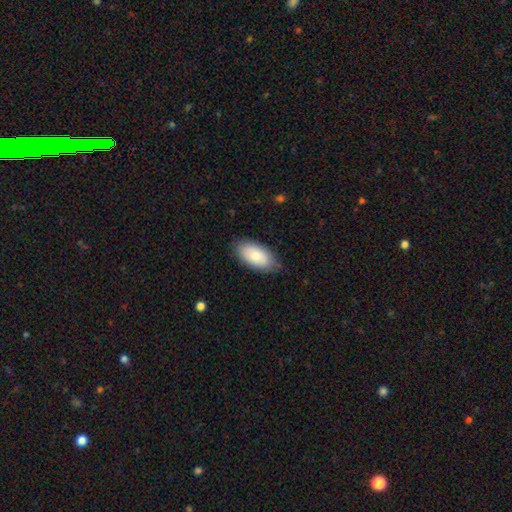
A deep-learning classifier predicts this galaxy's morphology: Q: Smooth or featured?
A: smooth (82%); runner-up: featured or disk (13%)
Q: How rounded?
A: in between (94%); runner-up: cigar-shaped (3%)
Q: Merging?
A: none (81%); runner-up: minor disturbance (15%)